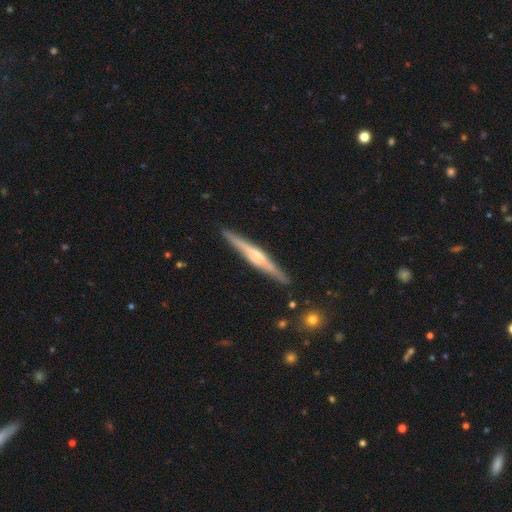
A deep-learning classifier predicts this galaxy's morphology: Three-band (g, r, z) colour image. It shows a featured or disk galaxy (76%) viewed edge-on (98%) with a rounded central bulge (66%). Merging: none (90%).